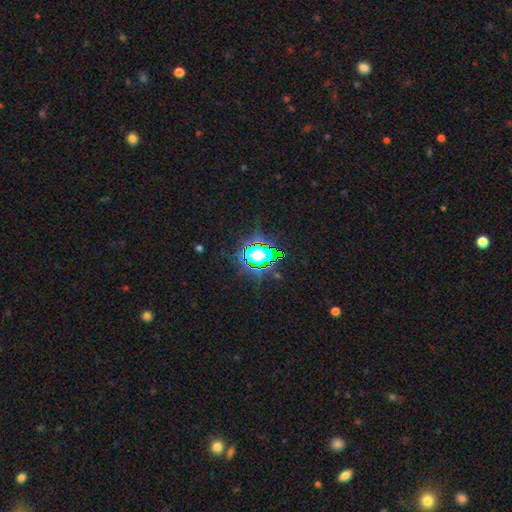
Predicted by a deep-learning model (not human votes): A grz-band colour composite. It shows a star or artifact, not a galaxy (62%).